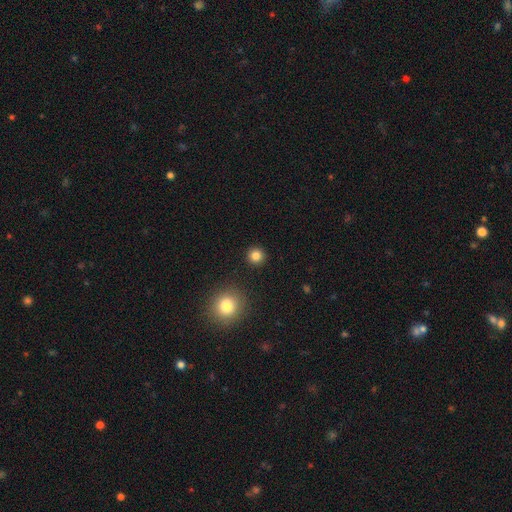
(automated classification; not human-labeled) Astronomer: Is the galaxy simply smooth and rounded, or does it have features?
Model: smooth — 82%.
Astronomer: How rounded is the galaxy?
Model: round — 95%.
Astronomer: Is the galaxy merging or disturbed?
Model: none — 92%.